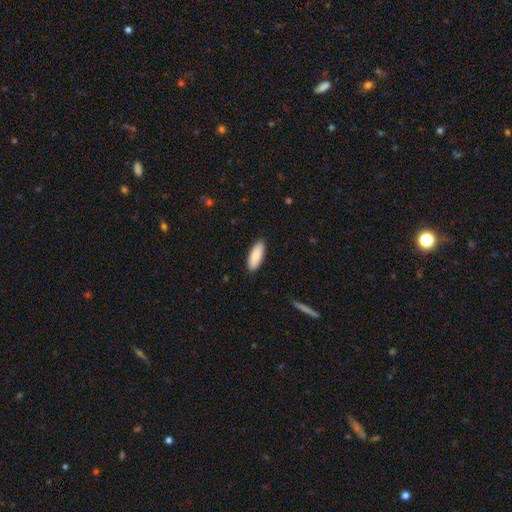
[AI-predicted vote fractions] Morphology: type=smooth (89%); roundness=in between (71%); merging=none (89%).